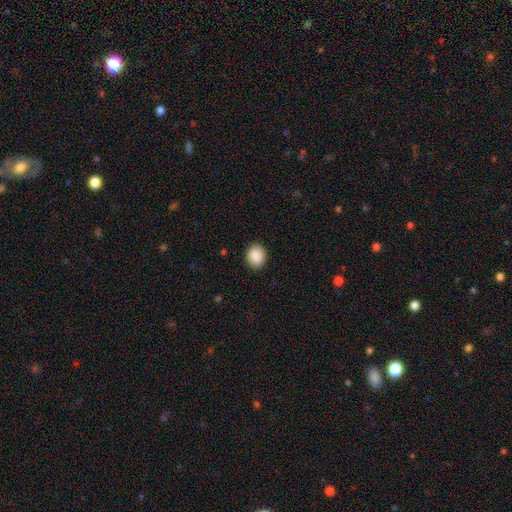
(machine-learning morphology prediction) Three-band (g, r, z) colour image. It shows a smooth galaxy with no disk features (90%) that is round (57%). Merging: none (89%).